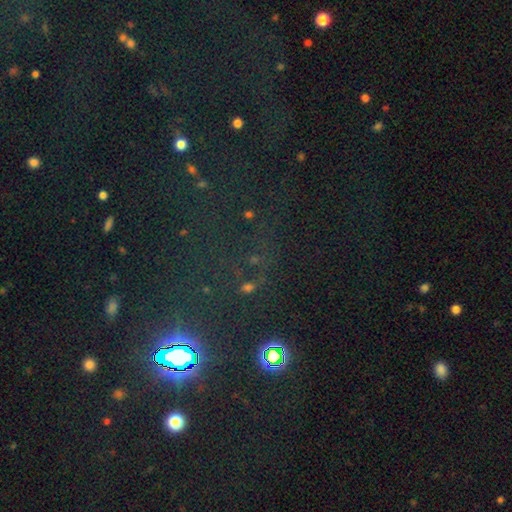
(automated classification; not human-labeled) star or artifact 71%, smooth 20%, featured or disk 9%.